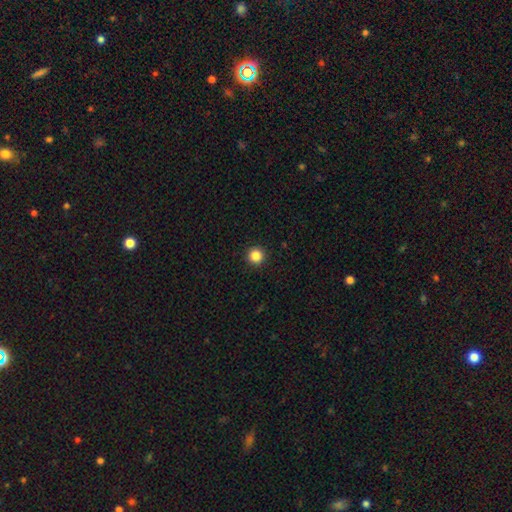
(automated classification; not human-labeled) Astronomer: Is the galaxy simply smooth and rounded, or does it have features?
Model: smooth — 86%.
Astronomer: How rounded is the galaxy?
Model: round — 96%.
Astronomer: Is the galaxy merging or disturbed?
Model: none — 94%.